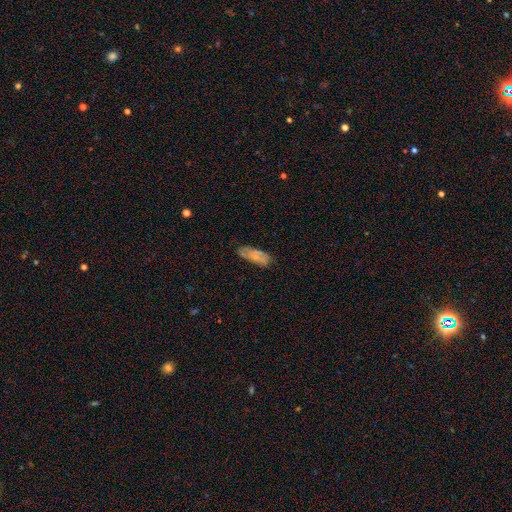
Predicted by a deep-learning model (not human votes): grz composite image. It shows a smooth galaxy with no disk features (60%) that is in between round and cigar-shaped (73%). Merging: none (68%).